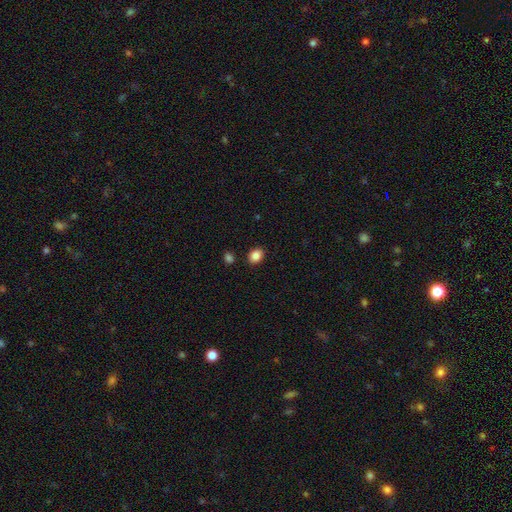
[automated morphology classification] Smooth or featured: smooth — 86% (star or artifact — 9%)
How rounded: in between — 63% (round — 36%)
Merging: none — 87% (minor disturbance — 8%)